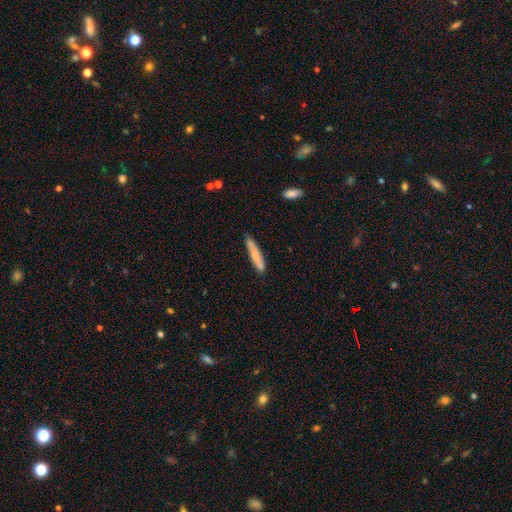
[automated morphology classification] This appears to be a smooth galaxy with no disk features (68%) that is cigar-shaped (92%). Merging: none (78%).